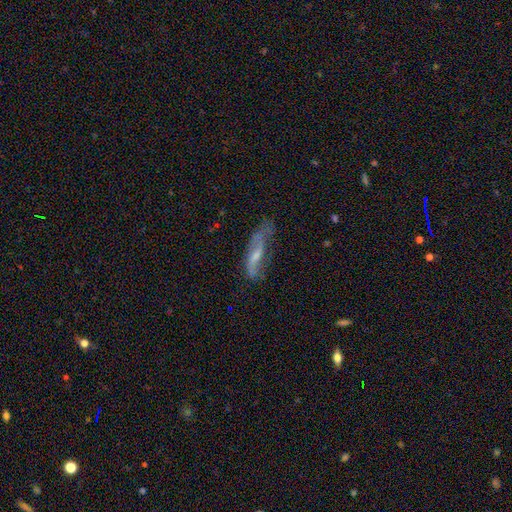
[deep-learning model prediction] This is likely a featured or disk galaxy (61%). It is likely not viewed edge-on (71%). Merging: possibly none (49%).